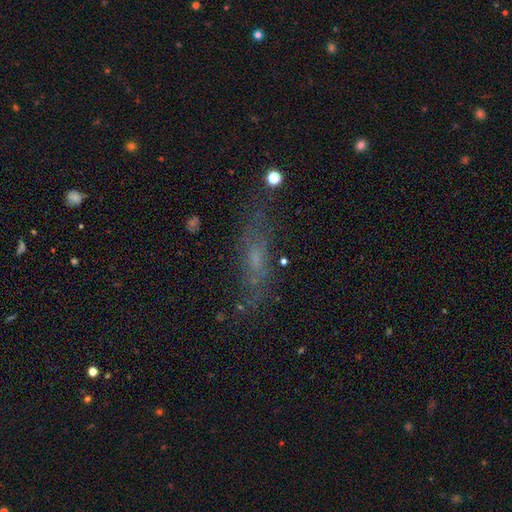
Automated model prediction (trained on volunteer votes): Overall: featured or disk (43%; smooth 39%). Merging: none (66%).